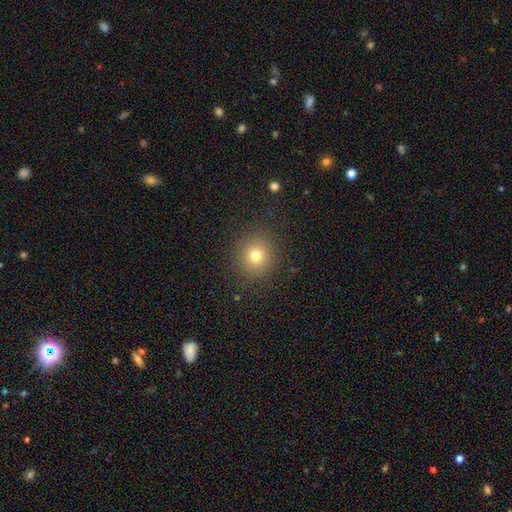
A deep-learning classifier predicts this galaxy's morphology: Q: Smooth or featured?
A: smooth (76%); runner-up: star or artifact (15%)
Q: How rounded?
A: round (91%); runner-up: in between (8%)
Q: Merging?
A: none (89%); runner-up: minor disturbance (7%)